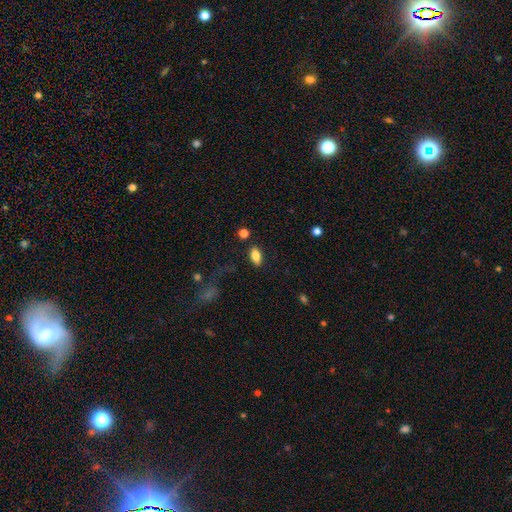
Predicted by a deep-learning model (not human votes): A smooth galaxy with no disk features (80%) that is in between round and cigar-shaped (89%). Merging: none (84%).